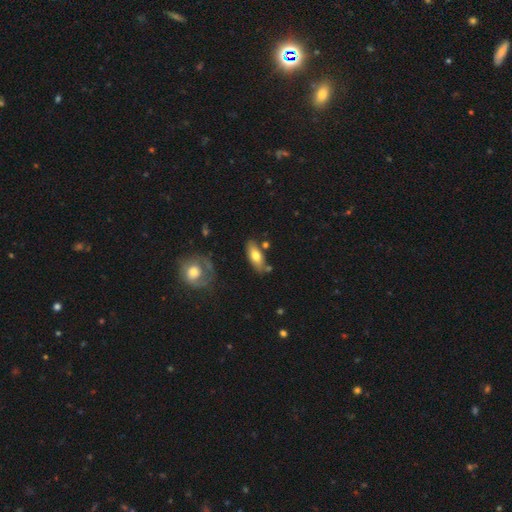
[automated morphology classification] This is likely a smooth galaxy (69%). How rounded: clearly in between (80%). Merging: likely none (71%).